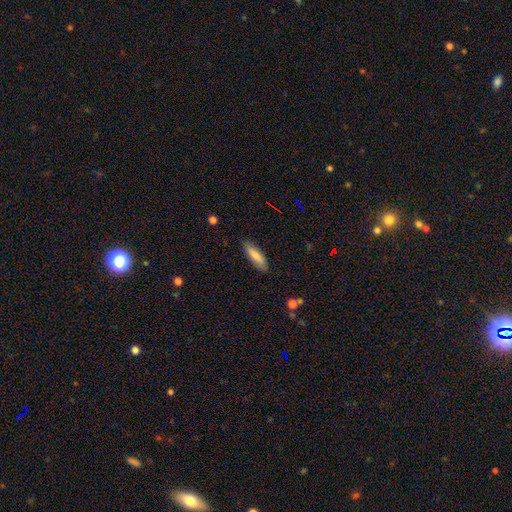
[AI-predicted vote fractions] Smooth or featured? Predicted: smooth (p=0.81). How rounded? Predicted: cigar-shaped (p=0.55). Merging? Predicted: none (p=0.84).